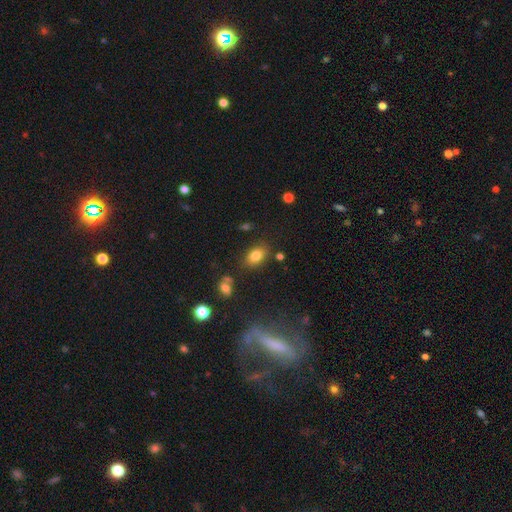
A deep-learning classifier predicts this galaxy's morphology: type=smooth (81%); roundness=in between (83%); merging=none (78%).